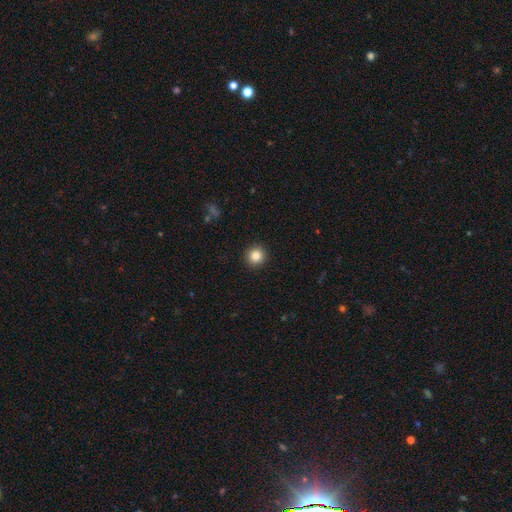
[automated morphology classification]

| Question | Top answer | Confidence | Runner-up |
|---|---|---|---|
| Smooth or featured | smooth | 85% | star or artifact (10%) |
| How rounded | round | 95% | in between (4%) |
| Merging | none | 93% | minor disturbance (5%) |